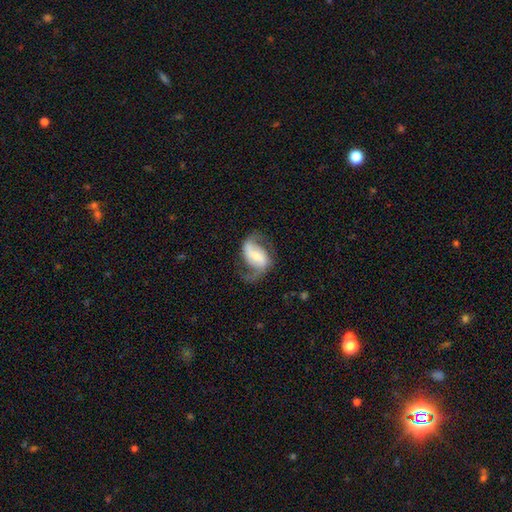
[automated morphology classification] Smooth or featured: featured or disk — 82% (smooth — 13%)
Edge-on disk: no — 97% (yes — 3%)
Bar: weak — 40% (strong — 38%)
Spiral arms: yes — 94% (no — 6%)
Spiral winding: loose — 54% (medium — 37%)
Spiral arm count: 2 — 89% (1 — 5%)
Bulge size: small — 42% (moderate — 40%)
Merging: none — 66% (minor disturbance — 17%)